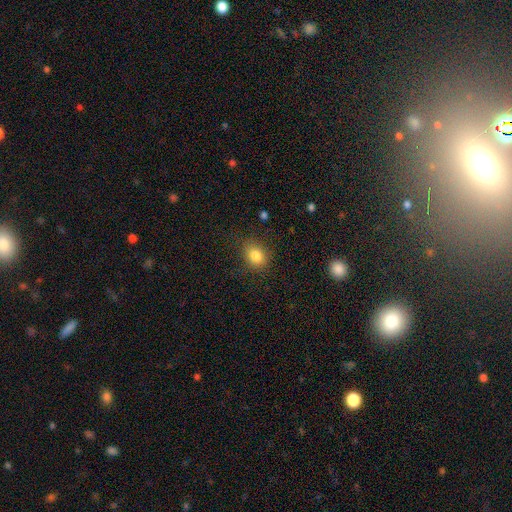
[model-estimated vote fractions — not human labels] smooth 84%, star or artifact 10%, featured or disk 6%. Down the decision tree: how rounded — in between (56%); merging — none (80%).